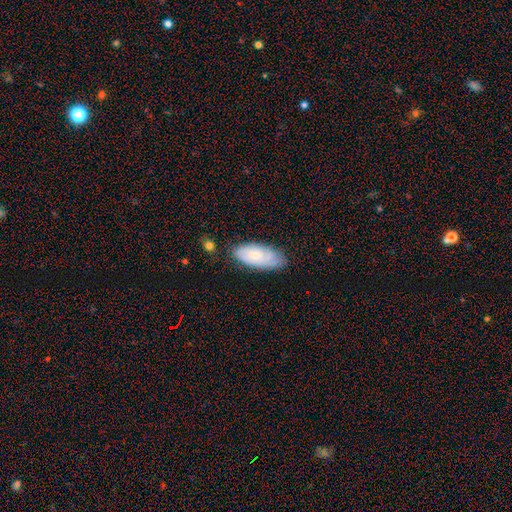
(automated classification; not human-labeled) A smooth galaxy with no disk features (51%) that is in between round and cigar-shaped (87%).

Vote fractions:
- Smooth or featured? smooth: 51% / featured or disk: 41% / star or artifact: 7%
- How rounded? in between: 87% / cigar-shaped: 10% / round: 3%
- Merging? none: 72% / minor disturbance: 21% / major disturbance: 5% / merger: 3%